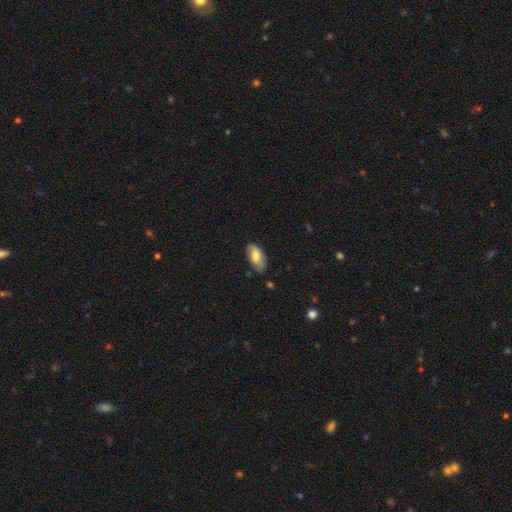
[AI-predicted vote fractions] smooth 72%, featured or disk 22%, star or artifact 6%. Down the decision tree: how rounded — in between (92%); merging — none (62%).